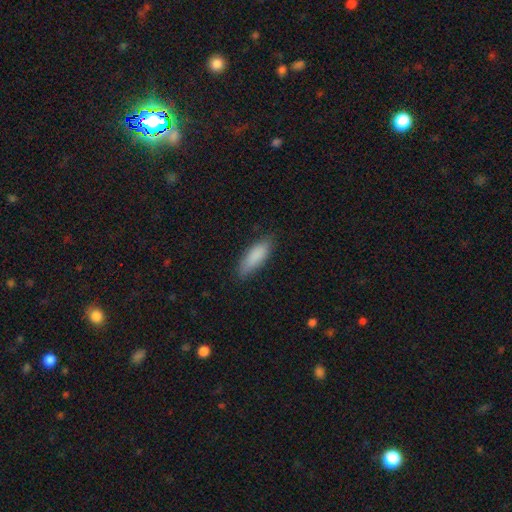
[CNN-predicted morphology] A smooth galaxy with no disk features (87%) that is in between round and cigar-shaped (59%).

Vote fractions:
- Smooth or featured? smooth: 87% / featured or disk: 7% / star or artifact: 6%
- How rounded? in between: 59% / cigar-shaped: 40% / round: 2%
- Merging? none: 81% / minor disturbance: 15% / major disturbance: 3% / merger: 1%